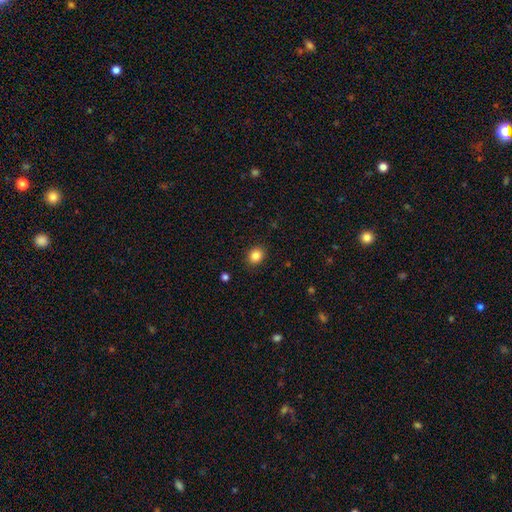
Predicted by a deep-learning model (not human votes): Smooth or featured?
  - smooth: 85% *
  - star or artifact: 11%
  - featured or disk: 4%
How rounded?
  - round: 63% *
  - in between: 37%
  - cigar-shaped: 1%
Merging?
  - none: 90% *
  - minor disturbance: 7%
  - major disturbance: 2%
  - merger: 1%